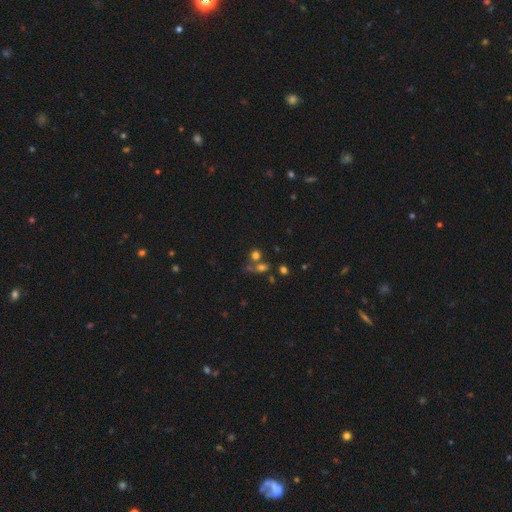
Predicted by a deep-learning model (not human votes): This appears to be a smooth galaxy with no disk features (64%) that is round (77%). Merging: none (49%).